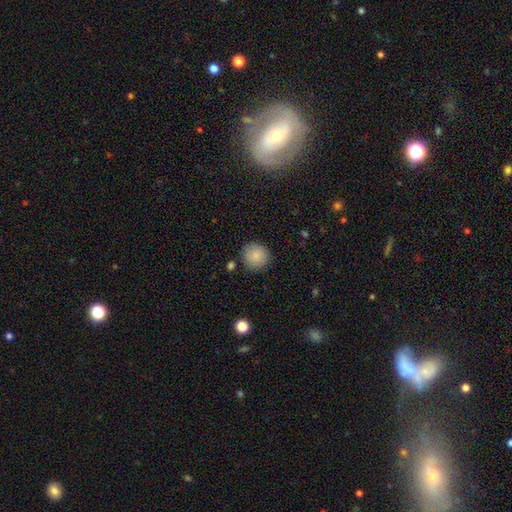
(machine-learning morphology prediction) Q: Smooth or featured?
A: smooth (87%); runner-up: star or artifact (8%)
Q: How rounded?
A: round (93%); runner-up: in between (6%)
Q: Merging?
A: none (87%); runner-up: minor disturbance (9%)